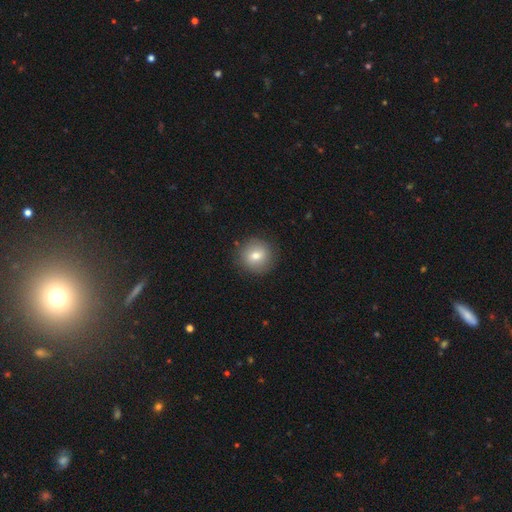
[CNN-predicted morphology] smooth-or-featured: smooth: 77% | featured or disk: 14% | star or artifact: 10%
  how-rounded: round: 91% | in between: 8% | cigar-shaped: 1%
  merging: none: 89% | minor disturbance: 8% | major disturbance: 2% | merger: 1%